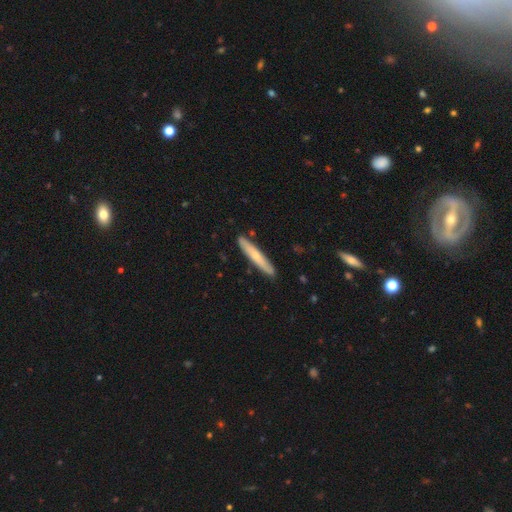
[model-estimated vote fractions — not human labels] Smooth or featured: smooth — 56% (featured or disk — 38%)
How rounded: cigar-shaped — 93% (in between — 5%)
Merging: none — 88% (minor disturbance — 9%)